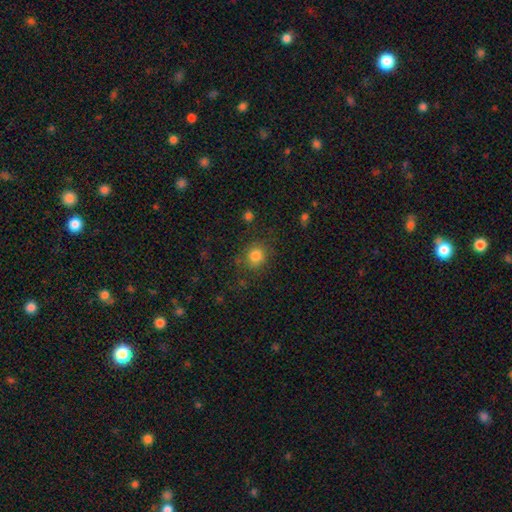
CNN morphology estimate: A smooth galaxy with no disk features (81%) that is round (81%). Merging: none (80%).